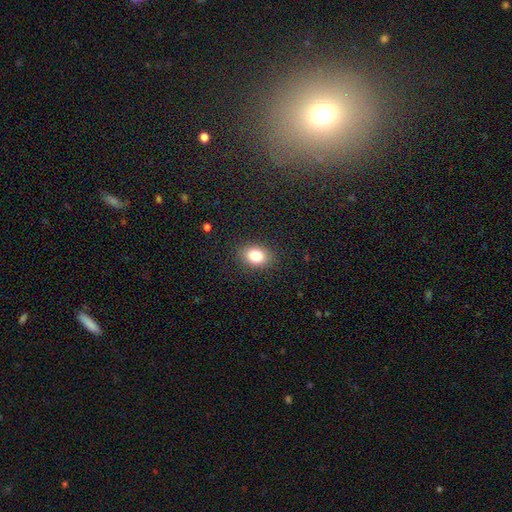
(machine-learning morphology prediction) Q: Smooth or featured?
A: smooth (84%); runner-up: star or artifact (9%)
Q: How rounded?
A: in between (75%); runner-up: round (24%)
Q: Merging?
A: none (86%); runner-up: minor disturbance (10%)